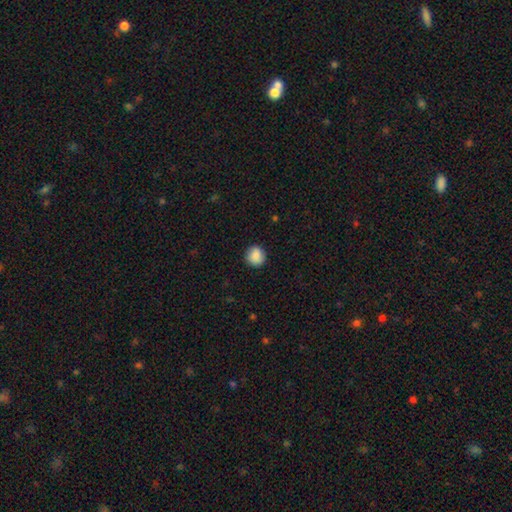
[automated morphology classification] This is clearly a smooth galaxy (88%). How rounded: clearly round (90%). Merging: clearly none (89%).